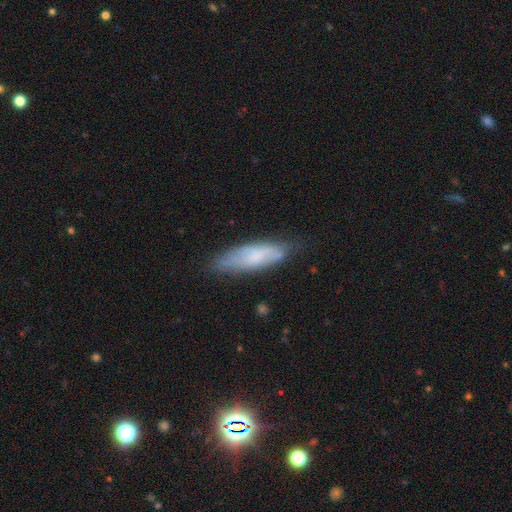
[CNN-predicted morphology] type=smooth (62%); roundness=cigar-shaped (54%); merging=none (67%).